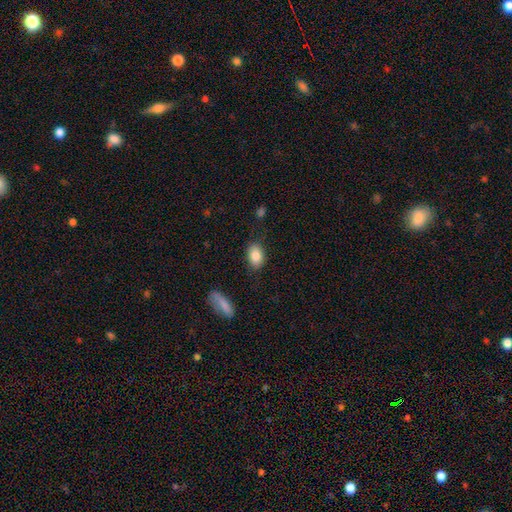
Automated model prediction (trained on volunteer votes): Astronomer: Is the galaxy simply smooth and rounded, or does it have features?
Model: smooth — 86%.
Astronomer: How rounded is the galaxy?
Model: in between — 87%.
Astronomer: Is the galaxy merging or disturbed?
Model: none — 82%.